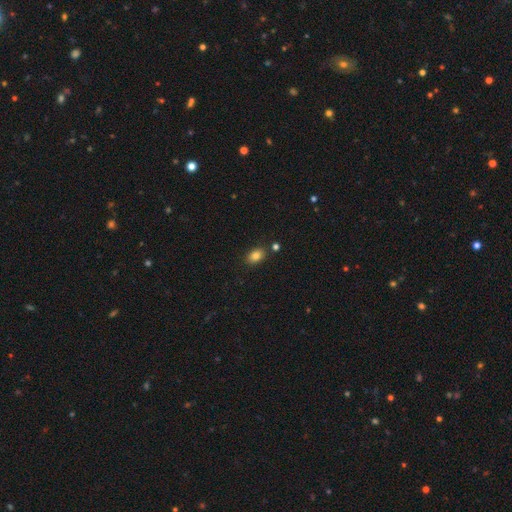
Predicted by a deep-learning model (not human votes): A smooth galaxy with no disk features (84%) that is in between round and cigar-shaped (79%). Merging: none (82%).